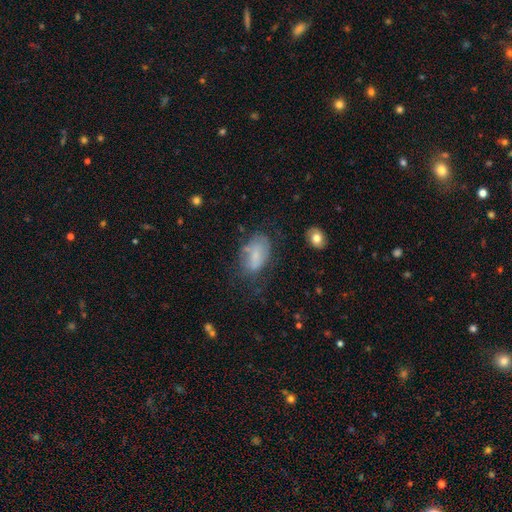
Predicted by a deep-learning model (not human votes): Smooth or featured? smooth (61%)
How rounded? in between (90%)
Merging? none (49%)